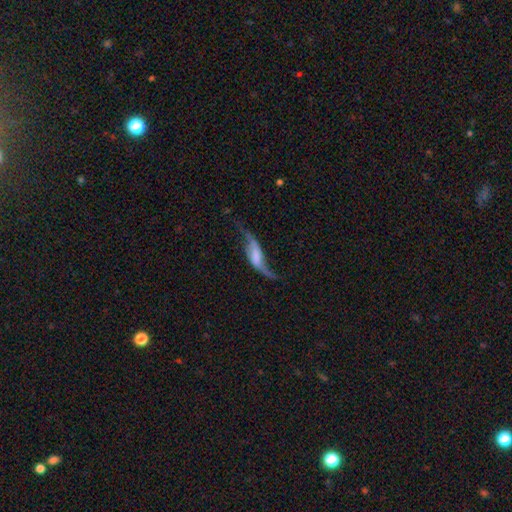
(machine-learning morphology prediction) This appears to be a featured or disk galaxy (75%) with a weak bar (36%, tied with no), 2 (90%) loose (91%) spiral arms (89%) and no central bulge (49%). Merging: none (48%).